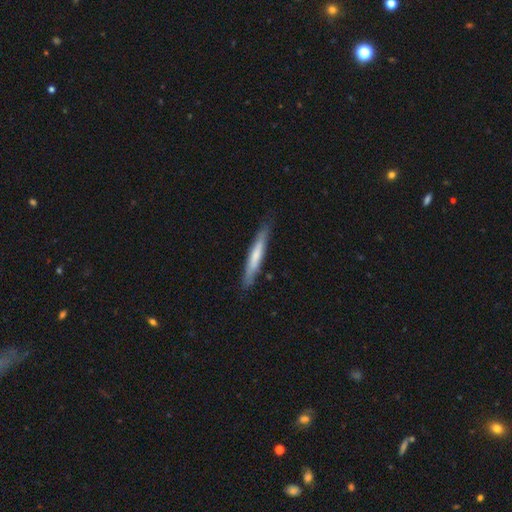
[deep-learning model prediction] A smooth galaxy with no disk features (58%) that is cigar-shaped (94%).

Vote fractions:
- Smooth or featured? smooth: 58% / featured or disk: 37% / star or artifact: 5%
- How rounded? cigar-shaped: 94% / in between: 4% / round: 1%
- Merging? none: 84% / minor disturbance: 12% / major disturbance: 2% / merger: 1%